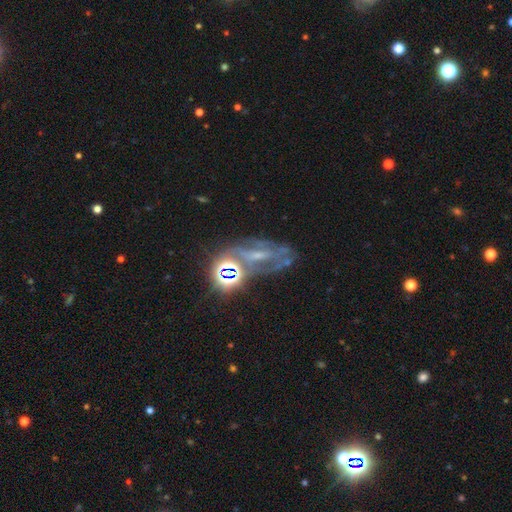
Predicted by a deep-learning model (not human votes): A featured or disk galaxy (55%).

Vote fractions:
- Smooth or featured? featured or disk: 55% / star or artifact: 30% / smooth: 15%
- Edge-on disk? no: 89% / yes: 11%
- Merging? none: 48% / major disturbance: 19% / minor disturbance: 17% / merger: 15%